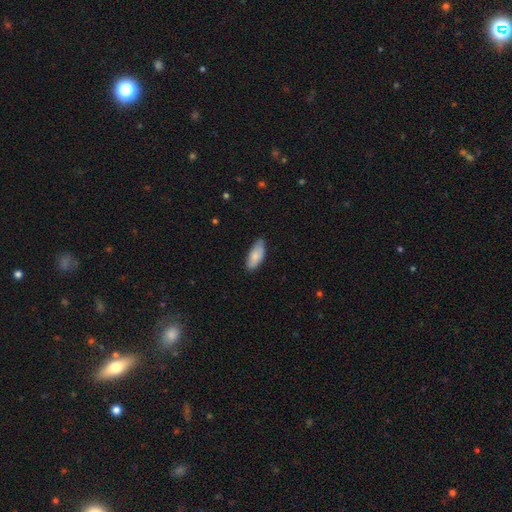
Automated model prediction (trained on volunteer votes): Smooth or featured?
  - smooth: 81% *
  - featured or disk: 13%
  - star or artifact: 6%
How rounded?
  - in between: 82% *
  - cigar-shaped: 17%
  - round: 2%
Merging?
  - none: 75% *
  - minor disturbance: 21%
  - major disturbance: 3%
  - merger: 1%